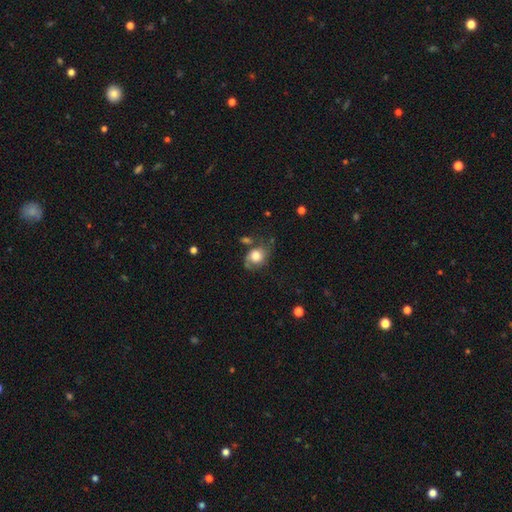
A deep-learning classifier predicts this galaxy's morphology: Smooth or featured? smooth (67%)
How rounded? round (52%)
Merging? none (50%)